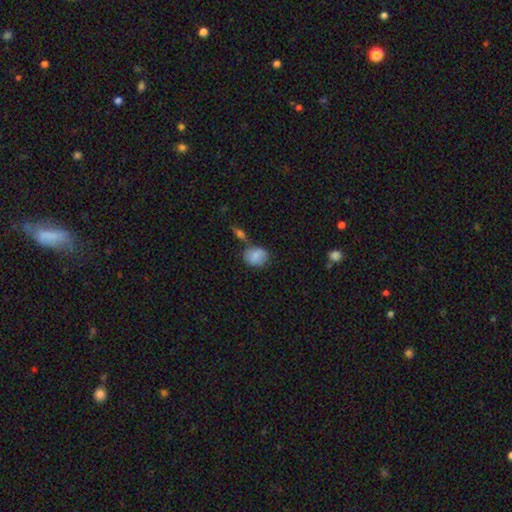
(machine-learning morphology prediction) Smooth or featured? Predicted: smooth (p=0.82). How rounded? Predicted: round (p=0.50). Merging? Predicted: none (p=0.59).